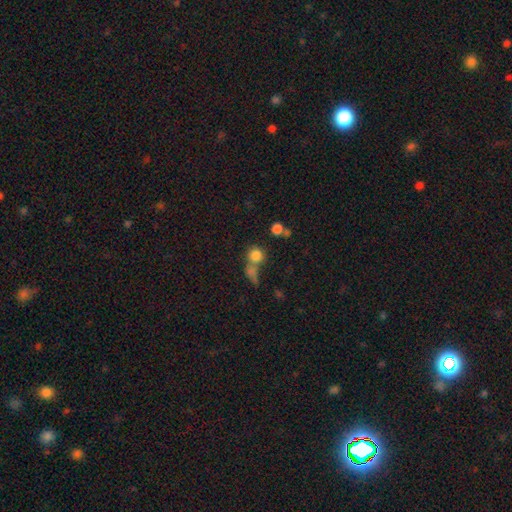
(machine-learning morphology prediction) Q: Smooth or featured?
A: smooth (79%); runner-up: star or artifact (12%)
Q: How rounded?
A: round (86%); runner-up: in between (12%)
Q: Merging?
A: none (48%); runner-up: merger (37%)